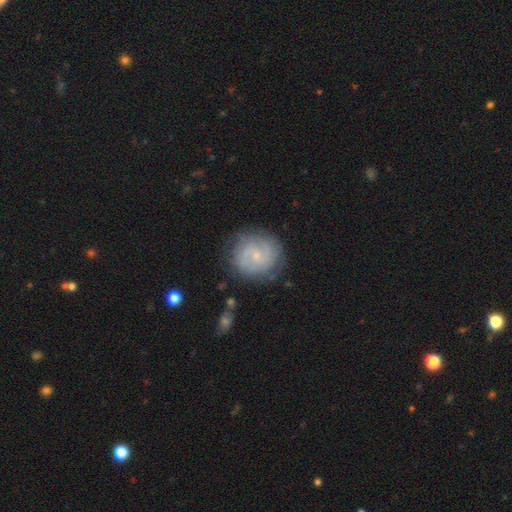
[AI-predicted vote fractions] smooth_or_featured: featured or disk (p=0.71) [alt: smooth p=0.22]
disk_edge_on: no (p=0.98) [alt: yes p=0.02]
bar: no (p=0.62) [alt: weak p=0.33]
has_spiral_arms: yes (p=0.90) [alt: no p=0.10]
spiral_winding: tight (p=0.60) [alt: medium p=0.30]
spiral_arm_count: 2 (p=0.47) [alt: can't tell p=0.30]
bulge_size: small (p=0.79) [alt: moderate p=0.15]
merging: none (p=0.78) [alt: minor disturbance p=0.15]